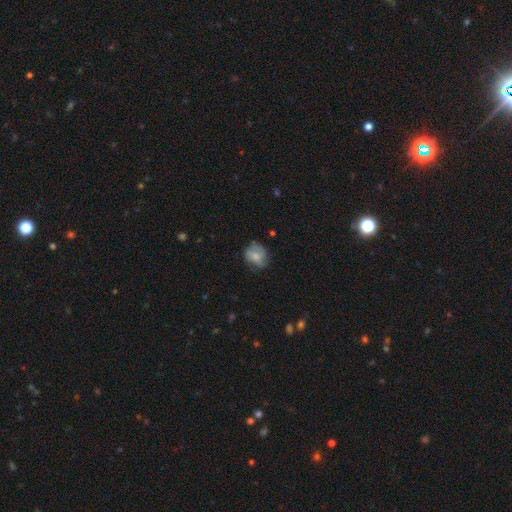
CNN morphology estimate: Smooth or featured?
  - smooth: 62% *
  - featured or disk: 29%
  - star or artifact: 9%
How rounded?
  - round: 69% *
  - in between: 30%
  - cigar-shaped: 1%
Merging?
  - none: 63% *
  - minor disturbance: 25%
  - major disturbance: 10%
  - merger: 2%